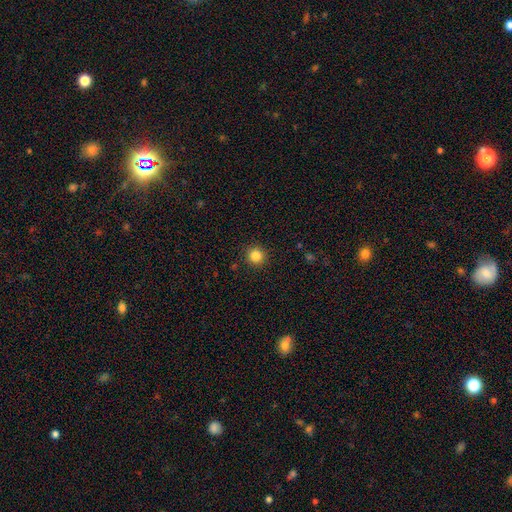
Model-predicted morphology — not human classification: The model was most divided on "smooth or featured": smooth: 85%, star or artifact: 11%, featured or disk: 4%. More confident: how rounded — round (95%); merging — none (92%).